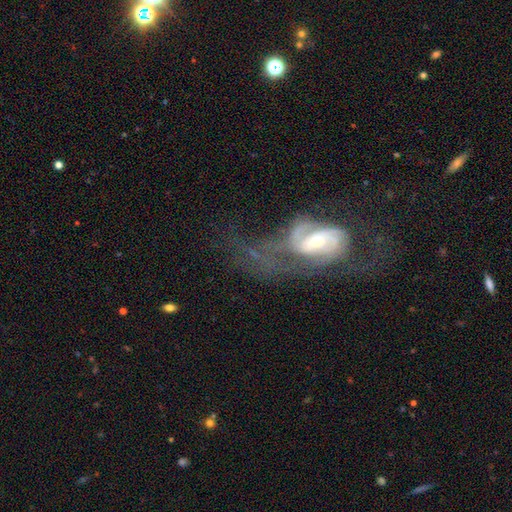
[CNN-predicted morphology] This appears to be a featured or disk galaxy (70%) with no bar (44%), spiral arms (69%) and a moderate central bulge (50%). Merging: major disturbance (48%).